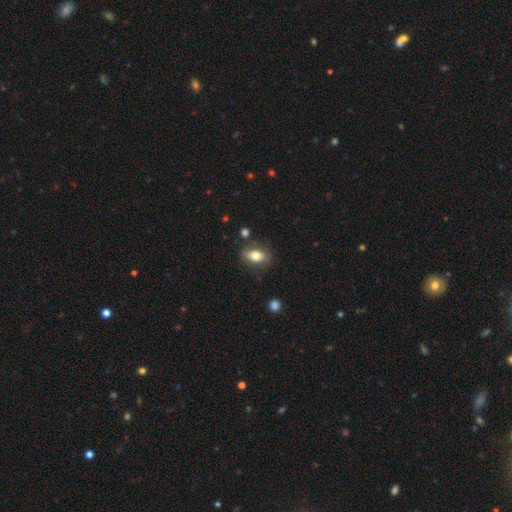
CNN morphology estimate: type=smooth (77%); roundness=in between (84%); merging=none (78%).